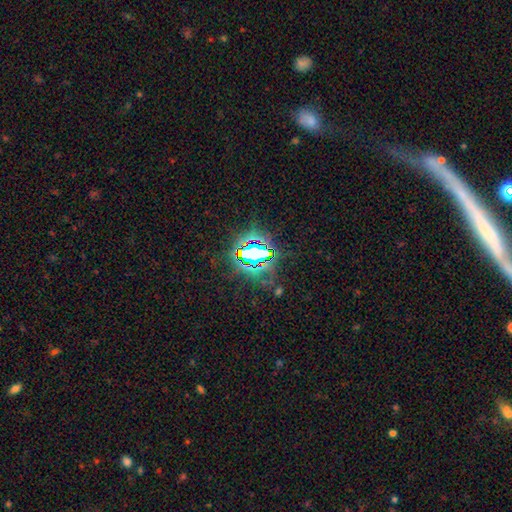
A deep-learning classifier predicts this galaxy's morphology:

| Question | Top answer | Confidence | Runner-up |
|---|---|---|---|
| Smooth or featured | star or artifact | 75% | smooth (13%) |